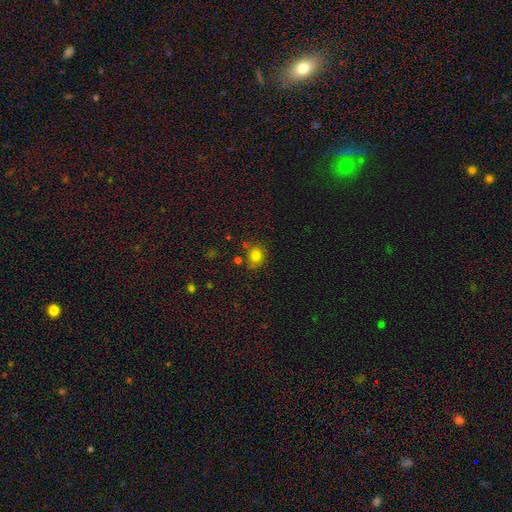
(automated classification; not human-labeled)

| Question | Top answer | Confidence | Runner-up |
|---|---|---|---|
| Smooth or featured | smooth | 77% | star or artifact (15%) |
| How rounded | round | 75% | in between (24%) |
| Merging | none | 70% | minor disturbance (17%) |